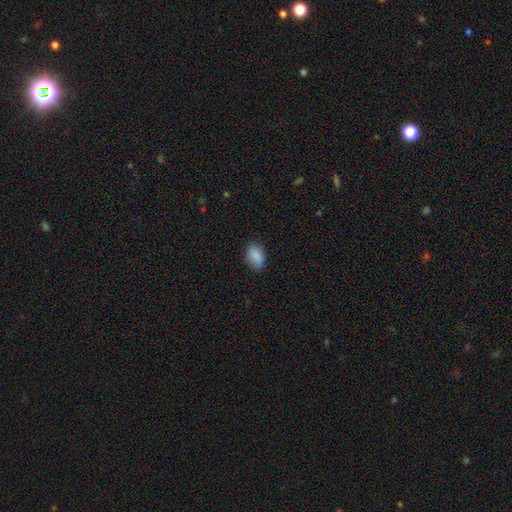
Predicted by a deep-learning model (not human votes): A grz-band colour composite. It shows a smooth galaxy with no disk features (87%) that is in between round and cigar-shaped (87%). Merging: none (81%).